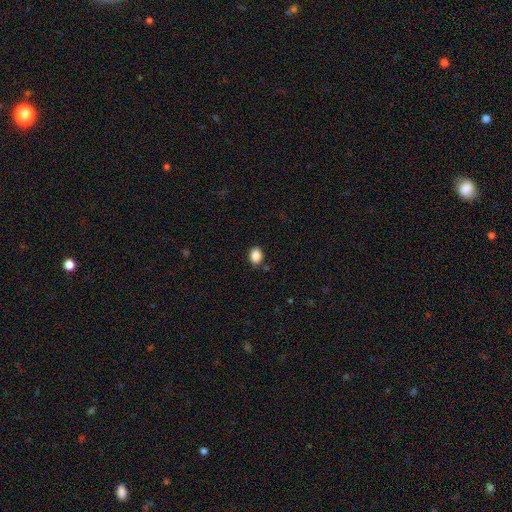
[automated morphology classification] The model was most divided on "how rounded": in between: 64%, round: 35%, cigar-shaped: 1%. More confident: smooth or featured — smooth (87%); merging — none (84%).